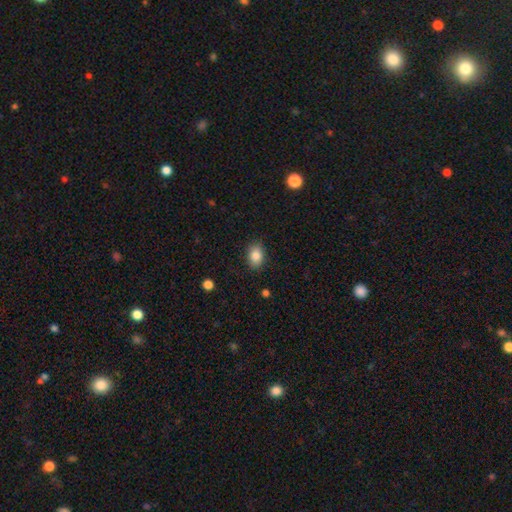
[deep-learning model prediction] A smooth galaxy with no disk features (86%) that is in between round and cigar-shaped (78%). Merging: none (86%).